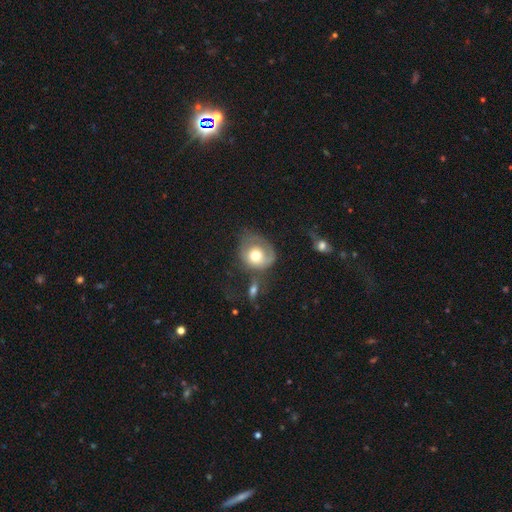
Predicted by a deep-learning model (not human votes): smooth_or_featured: smooth (p=0.57) [alt: featured or disk p=0.36]
how_rounded: round (p=0.70) [alt: in between p=0.29]
merging: none (p=0.38) [alt: major disturbance p=0.27]